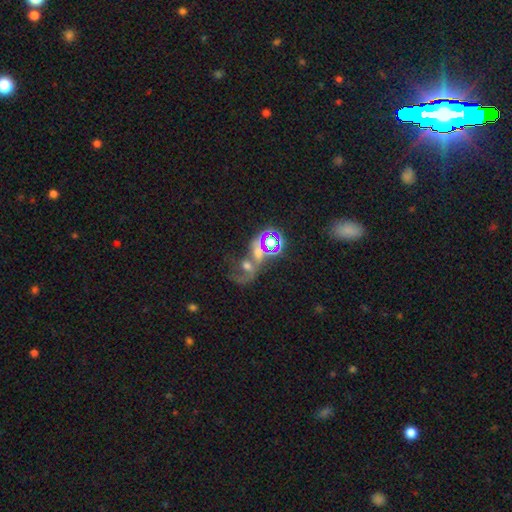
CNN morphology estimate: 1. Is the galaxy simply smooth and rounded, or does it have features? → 42% star or artifact, 37% featured or disk, 21% smooth.